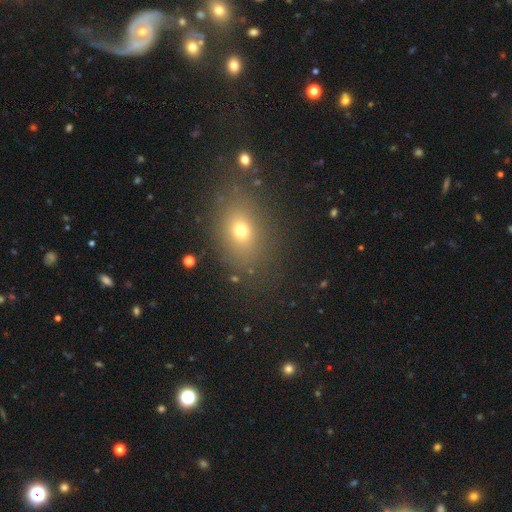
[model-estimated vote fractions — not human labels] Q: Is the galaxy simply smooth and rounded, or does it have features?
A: smooth — 66%.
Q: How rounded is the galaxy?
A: in between — 68%.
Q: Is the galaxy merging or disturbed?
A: none — 82%.